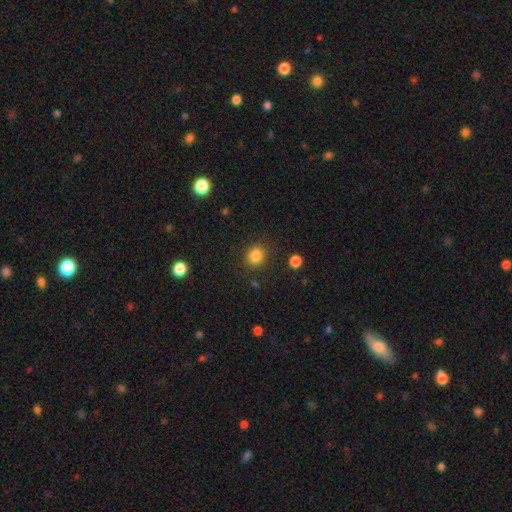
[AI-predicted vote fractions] Smooth or featured? smooth (84%)
How rounded? round (77%)
Merging? none (85%)